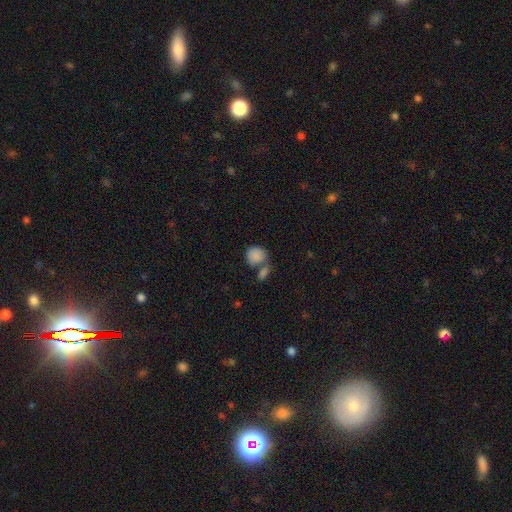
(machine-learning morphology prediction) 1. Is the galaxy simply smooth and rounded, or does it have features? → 86% smooth, 8% star or artifact, 7% featured or disk.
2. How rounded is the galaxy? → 67% round, 32% in between, 1% cigar-shaped.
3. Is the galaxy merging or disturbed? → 42% merger, 40% none, 12% minor disturbance, 6% major disturbance.